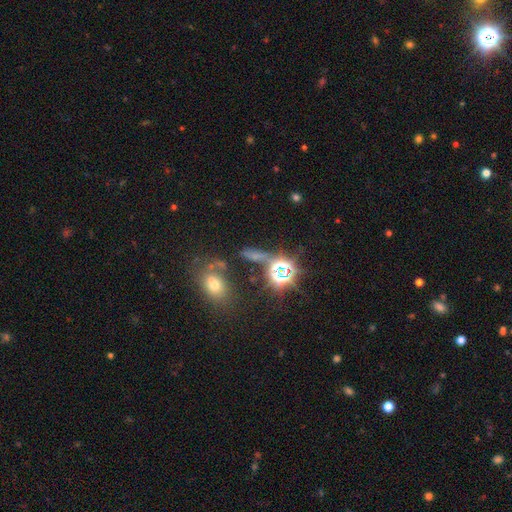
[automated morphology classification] Q: Smooth or featured?
A: star or artifact (54%); runner-up: smooth (31%)